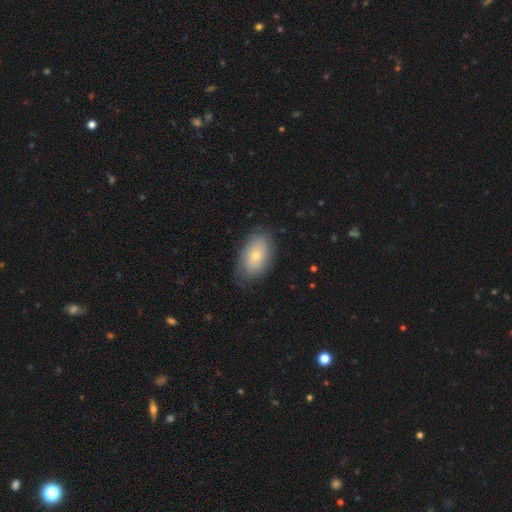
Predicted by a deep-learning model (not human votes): A smooth galaxy with no disk features (69%) that is in between round and cigar-shaped (92%). Merging: none (76%).